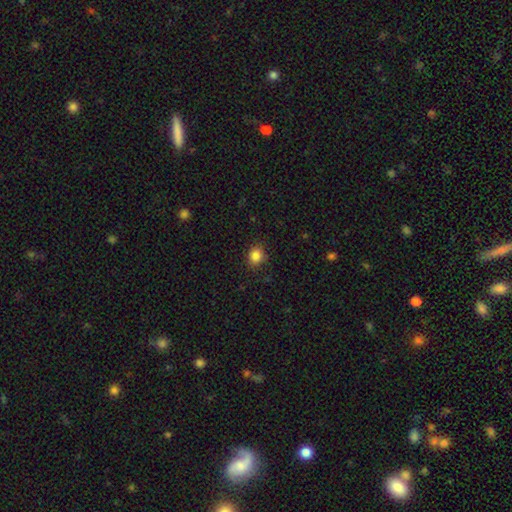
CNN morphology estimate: smooth-or-featured: smooth: 85% | star or artifact: 11% | featured or disk: 4%
  how-rounded: round: 64% | in between: 35% | cigar-shaped: 1%
  merging: none: 86% | minor disturbance: 11% | major disturbance: 3% | merger: 1%